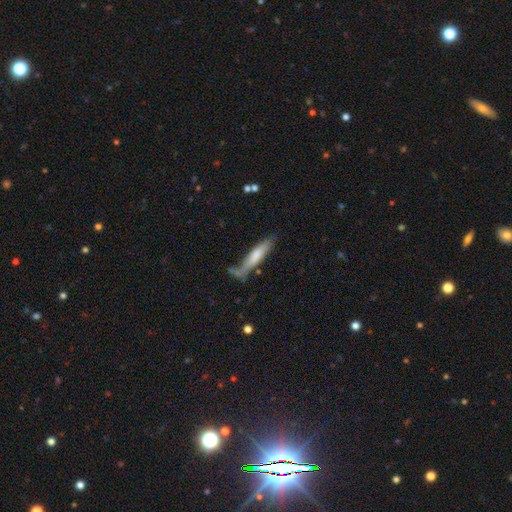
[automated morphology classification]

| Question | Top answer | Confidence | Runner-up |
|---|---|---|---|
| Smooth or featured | smooth | 63% | featured or disk (32%) |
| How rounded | cigar-shaped | 82% | in between (16%) |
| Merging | none | 54% | minor disturbance (26%) |